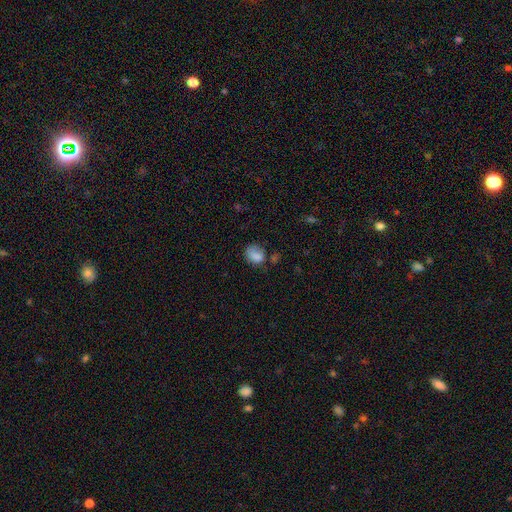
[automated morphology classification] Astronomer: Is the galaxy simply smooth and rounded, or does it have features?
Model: smooth — 81%.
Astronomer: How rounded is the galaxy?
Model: in between — 55% (runner-up: round, 44%).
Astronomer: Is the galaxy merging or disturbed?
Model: none — 52% (runner-up: minor disturbance, 30%).